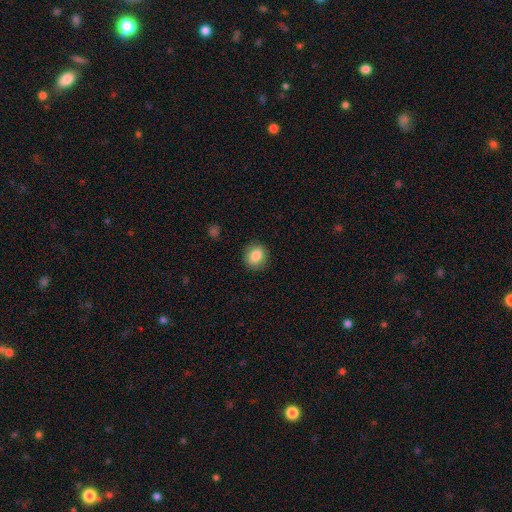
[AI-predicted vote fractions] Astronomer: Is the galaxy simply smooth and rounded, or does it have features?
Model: smooth — 85%.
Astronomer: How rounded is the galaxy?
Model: round — 74%.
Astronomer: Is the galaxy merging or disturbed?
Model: none — 87%.